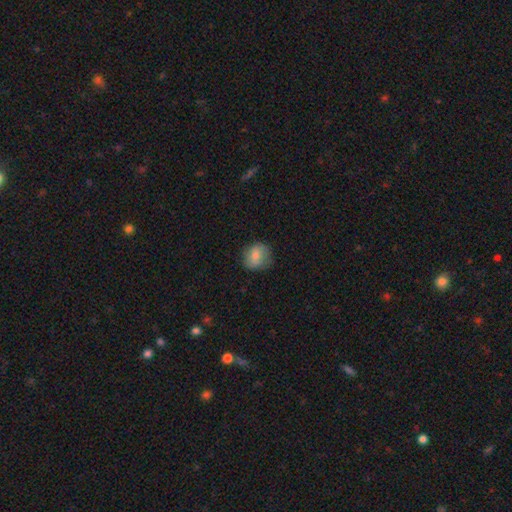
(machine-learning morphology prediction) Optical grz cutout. It shows a smooth galaxy with no disk features (75%) that is round (79%). Merging: none (77%).